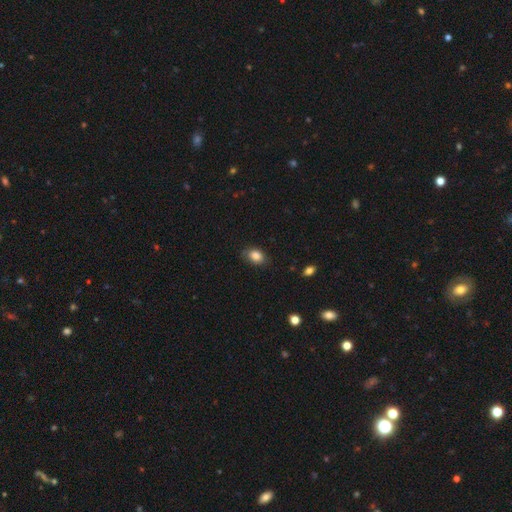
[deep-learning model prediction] smooth-or-featured: smooth: 85% | star or artifact: 9% | featured or disk: 6%
  how-rounded: in between: 72% | round: 27% | cigar-shaped: 1%
  merging: none: 75% | minor disturbance: 20% | major disturbance: 4% | merger: 1%